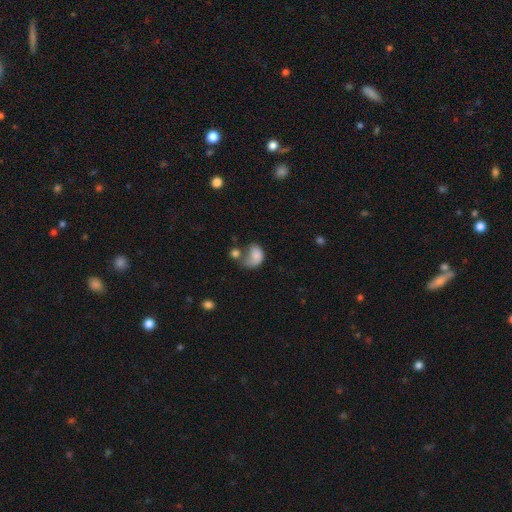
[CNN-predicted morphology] smooth 77%, featured or disk 14%, star or artifact 9%. Down the decision tree: how rounded — in between (75%); merging — merger (34%).